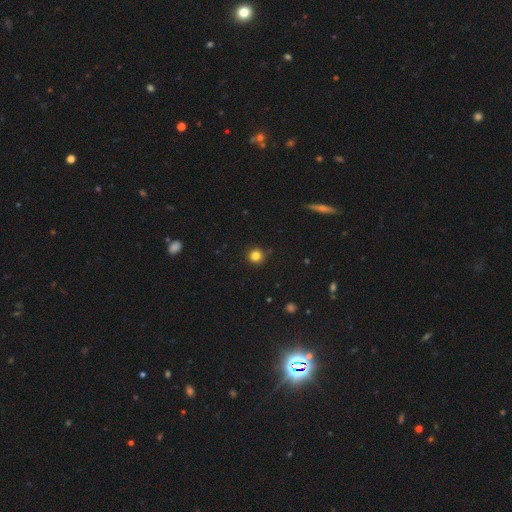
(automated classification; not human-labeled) Morphology: type=smooth (82%); roundness=round (95%); merging=none (90%).